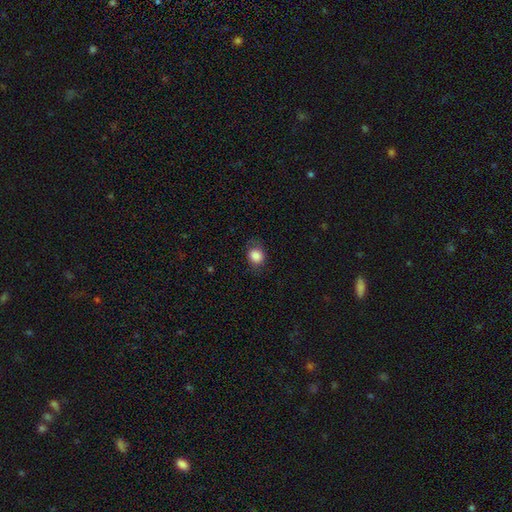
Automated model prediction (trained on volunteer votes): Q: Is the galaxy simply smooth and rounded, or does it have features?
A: smooth — 85%.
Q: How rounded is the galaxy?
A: round — 69%.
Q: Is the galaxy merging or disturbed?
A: none — 76%.